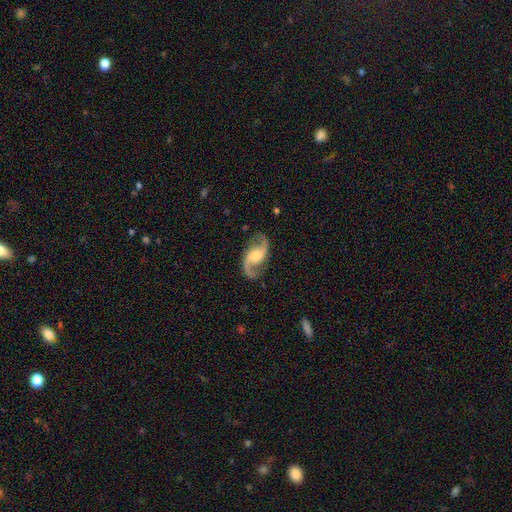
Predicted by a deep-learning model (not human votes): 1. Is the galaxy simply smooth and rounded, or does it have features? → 90% featured or disk, 6% smooth, 4% star or artifact.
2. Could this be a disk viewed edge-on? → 97% no, 3% yes.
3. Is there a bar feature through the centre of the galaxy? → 48% no, 40% weak, 12% strong.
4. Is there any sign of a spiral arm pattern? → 98% yes, 2% no.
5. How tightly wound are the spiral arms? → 58% loose, 36% medium, 6% tight.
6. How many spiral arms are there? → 93% 2, 2% 1, 2% can't tell, 1% 3, 1% 4, 1% more than 4.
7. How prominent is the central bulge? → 51% moderate, 29% small, 12% large, 6% none, 2% dominant.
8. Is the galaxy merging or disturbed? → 81% none, 12% minor disturbance, 5% major disturbance, 1% merger.